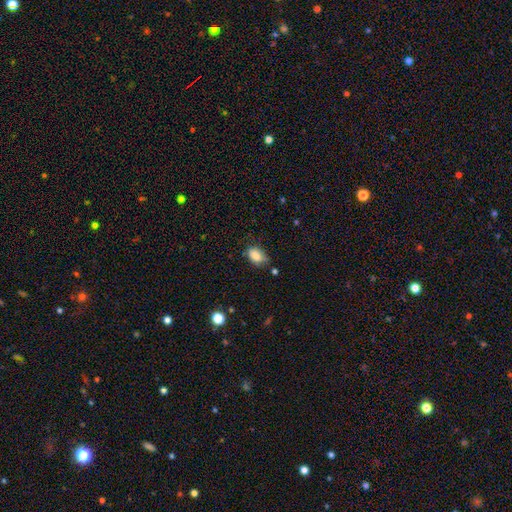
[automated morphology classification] smooth_or_featured: smooth (p=0.82) [alt: featured or disk p=0.09]
how_rounded: in between (p=0.85) [alt: round p=0.13]
merging: none (p=0.63) [alt: minor disturbance p=0.27]